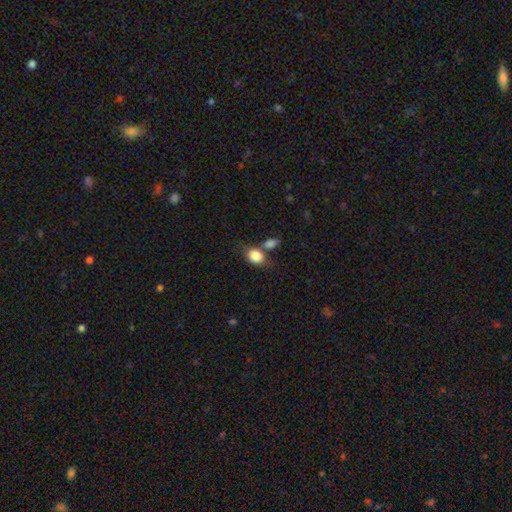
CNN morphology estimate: A smooth galaxy with no disk features (84%) that is in between round and cigar-shaped (68%). Merging: none (44%).